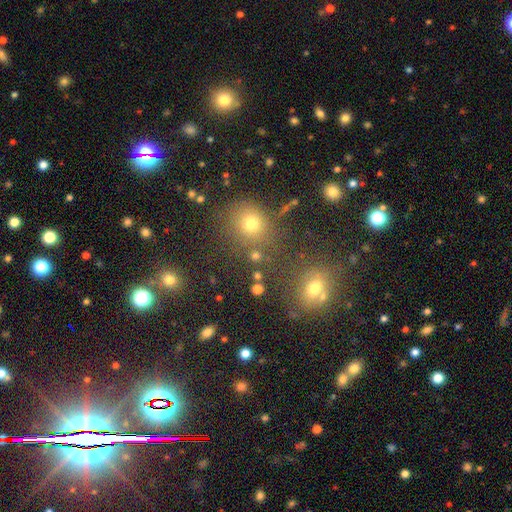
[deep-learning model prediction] Smooth or featured? Predicted: smooth (p=0.67). How rounded? Predicted: round (p=0.80). Merging? Predicted: none (p=0.71).